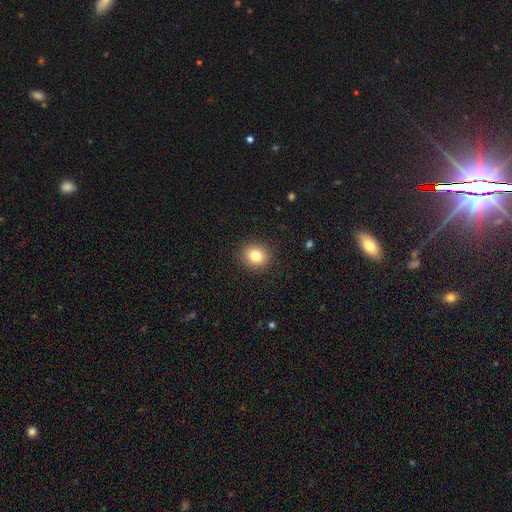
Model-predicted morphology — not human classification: A smooth galaxy with no disk features (82%) that is round (82%).

Vote fractions:
- Smooth or featured? smooth: 82% / star or artifact: 11% / featured or disk: 8%
- How rounded? round: 82% / in between: 17% / cigar-shaped: 1%
- Merging? none: 90% / minor disturbance: 6% / major disturbance: 2% / merger: 1%